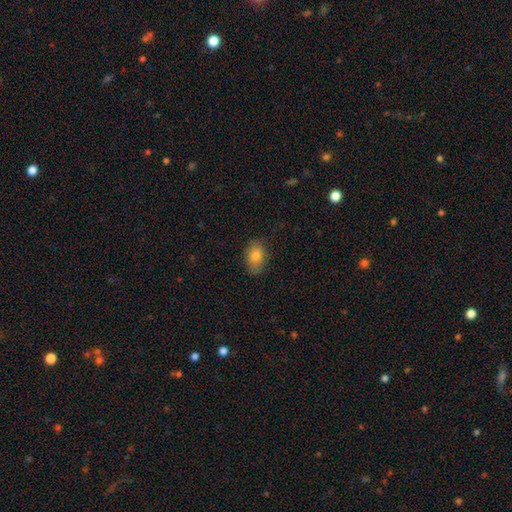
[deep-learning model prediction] A smooth galaxy with no disk features (80%) that is in between round and cigar-shaped (84%). Merging: none (80%).